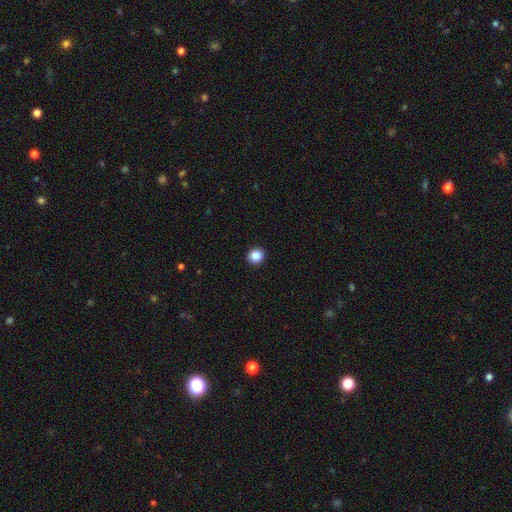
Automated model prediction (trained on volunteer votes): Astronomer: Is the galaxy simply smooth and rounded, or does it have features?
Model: smooth — 87%.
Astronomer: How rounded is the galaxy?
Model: round — 89%.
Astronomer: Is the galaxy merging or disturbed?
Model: none — 93%.